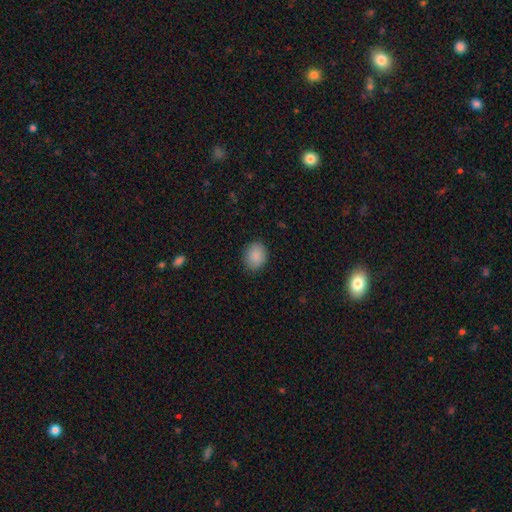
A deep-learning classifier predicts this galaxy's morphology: Smooth or featured? Predicted: smooth (p=0.88). How rounded? Predicted: in between (p=0.50). Merging? Predicted: none (p=0.86).